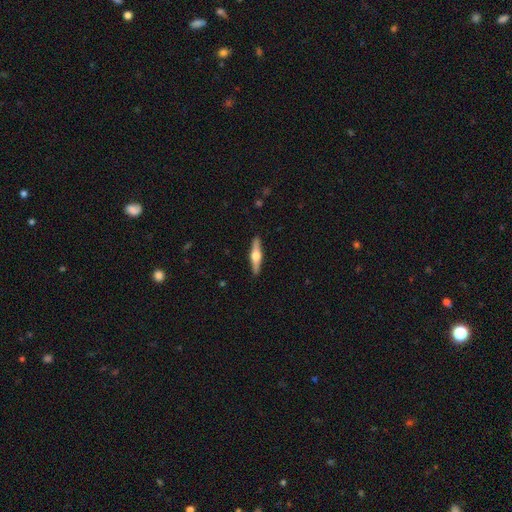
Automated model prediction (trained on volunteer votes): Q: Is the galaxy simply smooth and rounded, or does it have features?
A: featured or disk — 64%.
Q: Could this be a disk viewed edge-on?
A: yes — 97%.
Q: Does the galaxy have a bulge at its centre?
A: rounded — 94%.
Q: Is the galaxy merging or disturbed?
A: none — 90%.